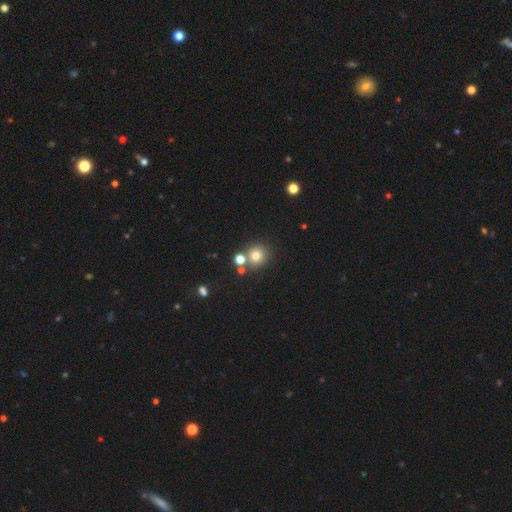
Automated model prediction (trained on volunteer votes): Overall: smooth (76%). How rounded: round (91%). Merging: none (72%).